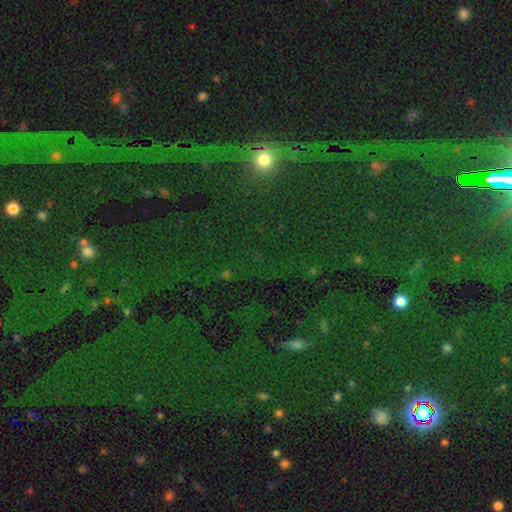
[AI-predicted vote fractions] A star or artifact, not a galaxy (77%).